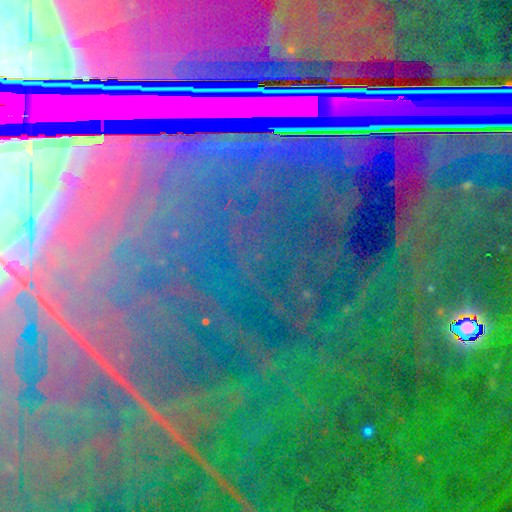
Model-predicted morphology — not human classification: Q: Smooth or featured?
A: star or artifact (88%); runner-up: featured or disk (7%)